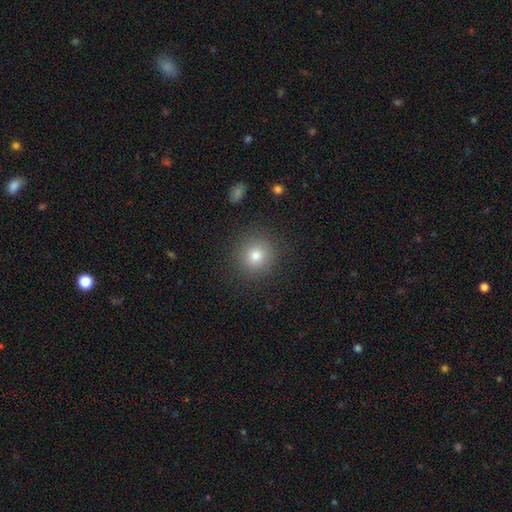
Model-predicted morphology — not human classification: type=smooth (79%); roundness=round (91%); merging=none (89%).